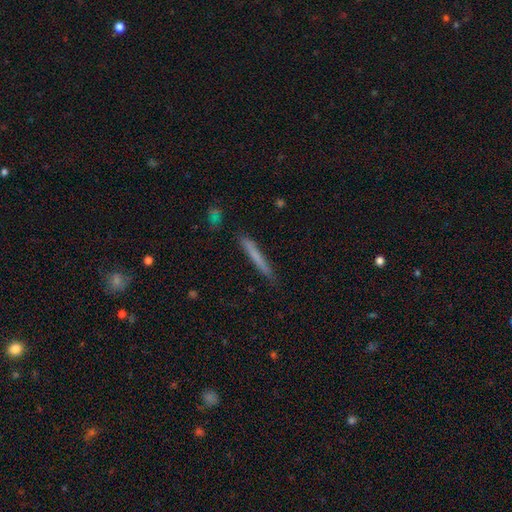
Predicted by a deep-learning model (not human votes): Smooth or featured? Predicted: smooth (p=0.67). How rounded? Predicted: cigar-shaped (p=0.97). Merging? Predicted: none (p=0.84).